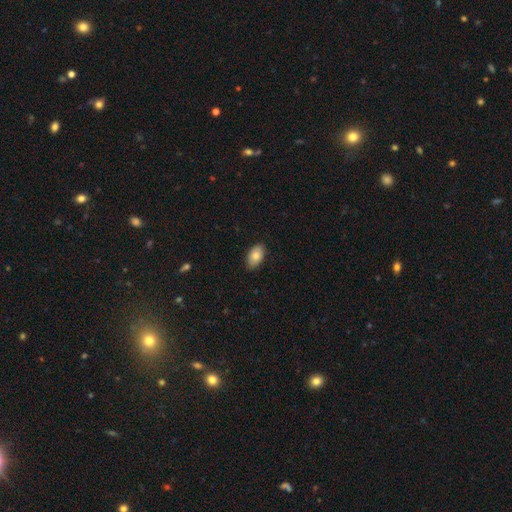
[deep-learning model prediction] Overall: smooth (81%). How rounded: in between (93%). Merging: none (86%).